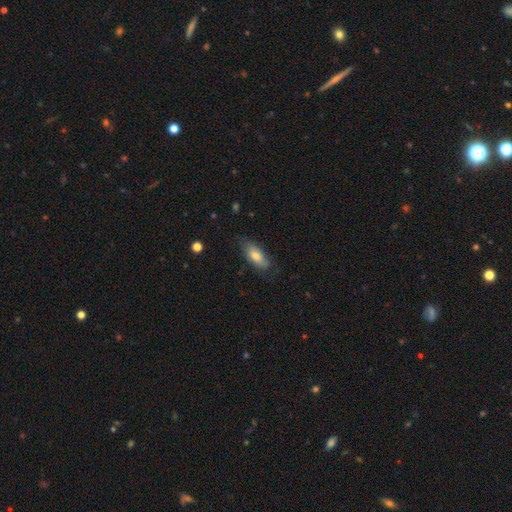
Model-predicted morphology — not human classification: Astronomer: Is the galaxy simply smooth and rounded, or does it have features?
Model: smooth — 69%.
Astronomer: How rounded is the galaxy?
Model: in between — 78%.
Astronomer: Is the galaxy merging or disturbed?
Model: none — 69%.